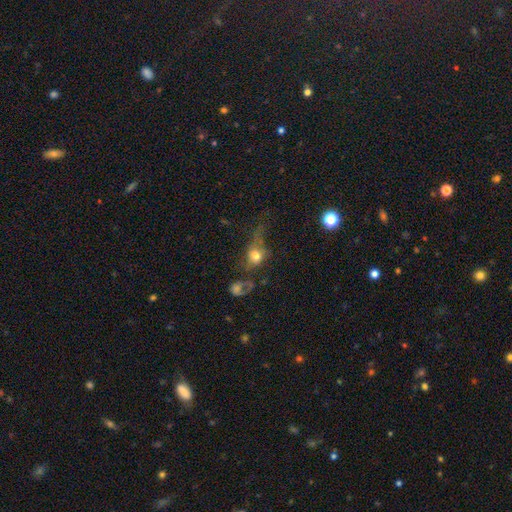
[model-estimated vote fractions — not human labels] Morphology: type=smooth (54%); roundness=round (49%); merging=major disturbance (43%).